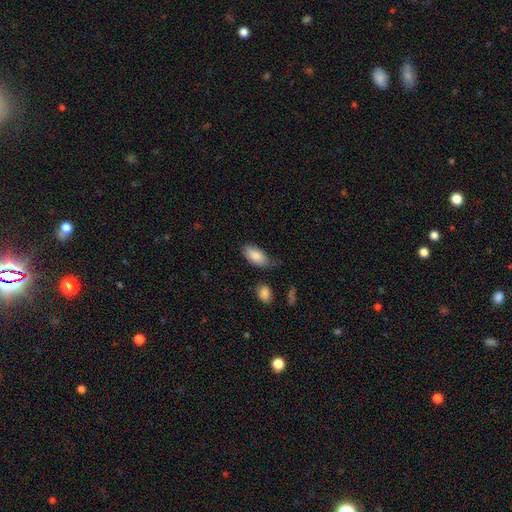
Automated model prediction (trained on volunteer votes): Smooth or featured? Predicted: smooth (p=0.85). How rounded? Predicted: in between (p=0.93). Merging? Predicted: none (p=0.64).